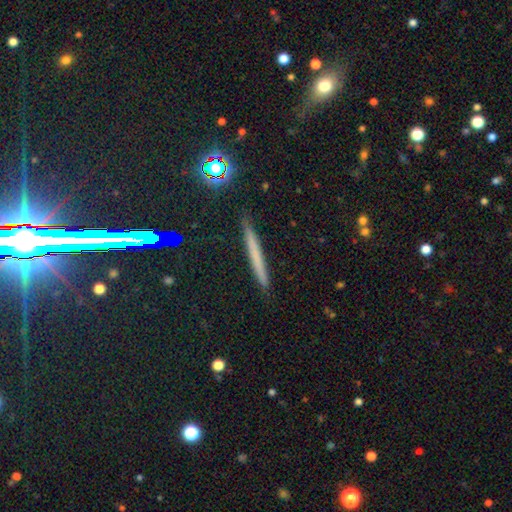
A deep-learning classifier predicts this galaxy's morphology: This is possibly a smooth galaxy (51%). How rounded: clearly cigar-shaped (96%). Merging: clearly none (90%).